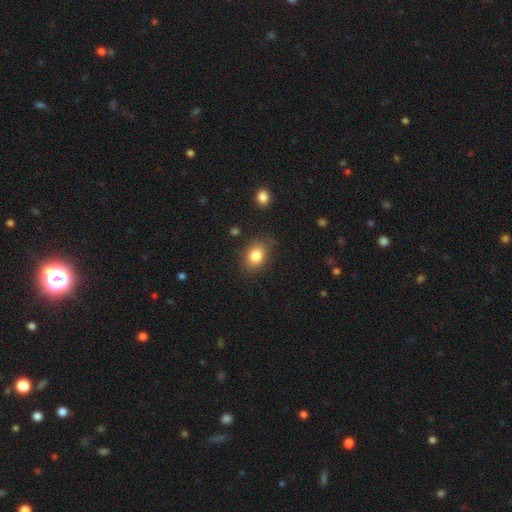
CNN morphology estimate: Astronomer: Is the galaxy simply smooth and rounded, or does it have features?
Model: smooth — 83%.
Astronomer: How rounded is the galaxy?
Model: in between — 64%.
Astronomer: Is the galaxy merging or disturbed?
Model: none — 82%.